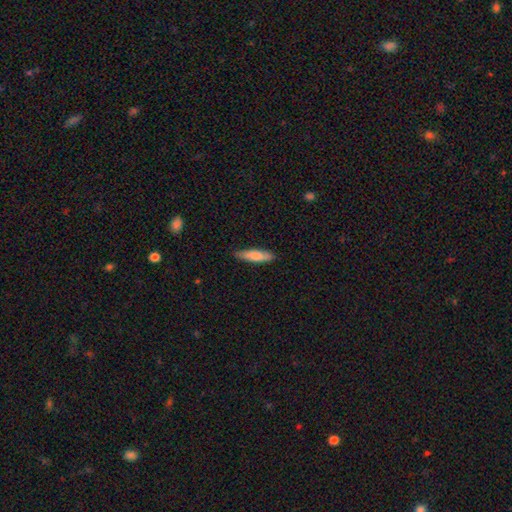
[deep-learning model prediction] Smooth or featured? Predicted: smooth (p=0.79). How rounded? Predicted: cigar-shaped (p=0.76). Merging? Predicted: none (p=0.87).